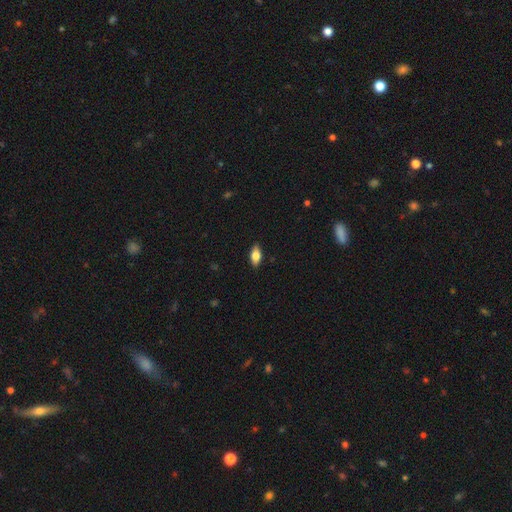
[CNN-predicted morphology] smooth 71%, featured or disk 22%, star or artifact 7%. Down the decision tree: how rounded — in between (87%); merging — none (88%).